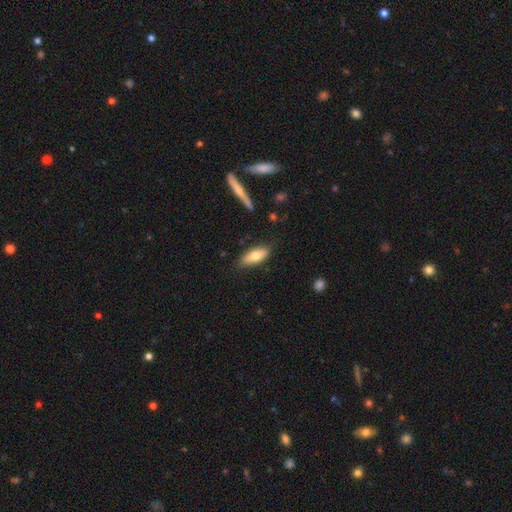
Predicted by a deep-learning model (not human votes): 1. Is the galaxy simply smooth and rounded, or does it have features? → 72% smooth, 22% featured or disk, 6% star or artifact.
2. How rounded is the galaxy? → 73% in between, 25% cigar-shaped, 2% round.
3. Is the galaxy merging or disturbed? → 82% none, 13% minor disturbance, 3% major disturbance, 2% merger.